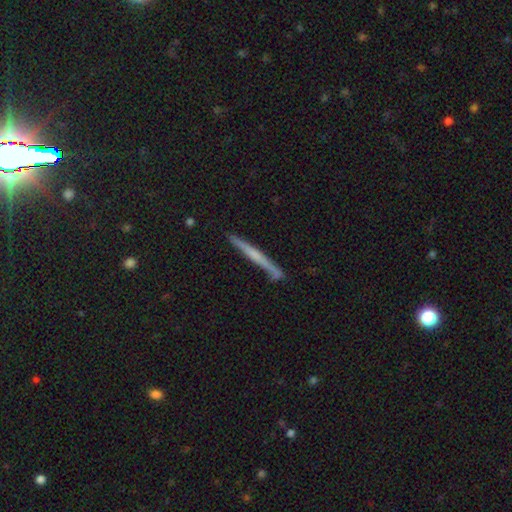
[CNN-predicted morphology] Smooth or featured? Predicted: featured or disk (p=0.58). Edge-on disk? Predicted: yes (p=0.97). Edge-on bulge? Predicted: none (p=0.52). Merging? Predicted: none (p=0.86).